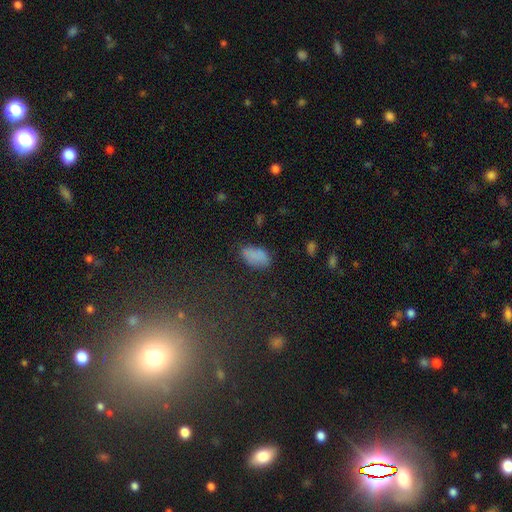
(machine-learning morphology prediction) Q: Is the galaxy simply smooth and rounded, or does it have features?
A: smooth — 80%.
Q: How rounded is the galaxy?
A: in between — 94%.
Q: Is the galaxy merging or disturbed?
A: none — 69%.